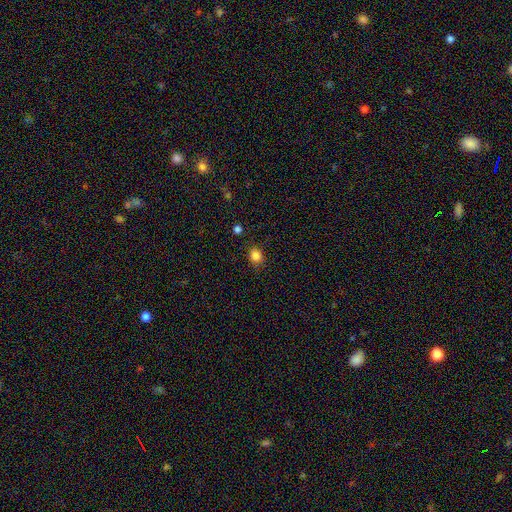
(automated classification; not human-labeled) The model was most divided on "how rounded": round: 68%, in between: 31%, cigar-shaped: 1%. More confident: merging — none (85%); smooth or featured — smooth (83%).